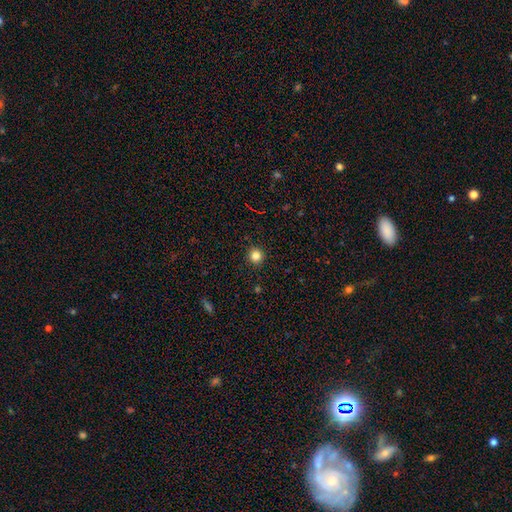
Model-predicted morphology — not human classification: Overall: smooth (83%). How rounded: round (93%). Merging: none (92%).